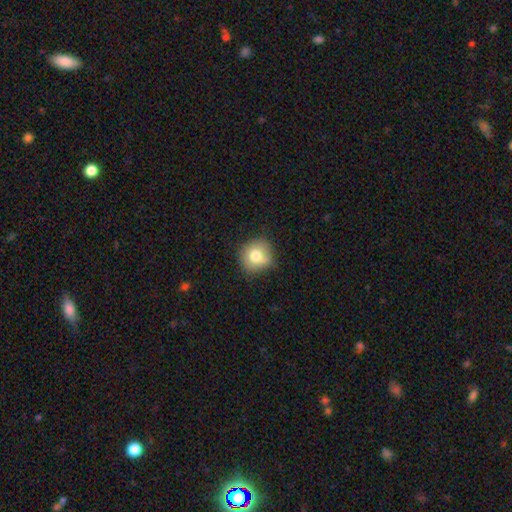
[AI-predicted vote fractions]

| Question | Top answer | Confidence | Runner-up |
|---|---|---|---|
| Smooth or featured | smooth | 76% | featured or disk (14%) |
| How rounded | round | 86% | in between (13%) |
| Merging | none | 70% | minor disturbance (22%) |